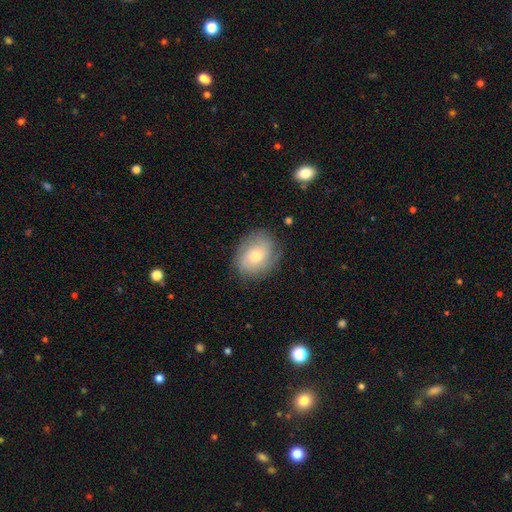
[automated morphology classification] This appears to be a smooth galaxy with no disk features (48%). Merging: none (78%).